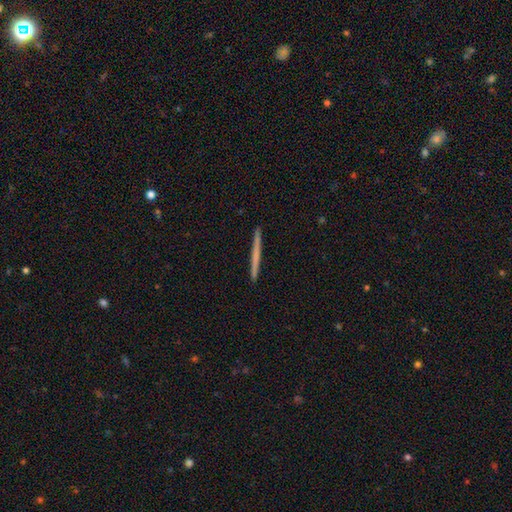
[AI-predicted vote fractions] Smooth or featured: smooth — 51% (featured or disk — 44%)
How rounded: cigar-shaped — 97% (in between — 2%)
Merging: none — 93% (minor disturbance — 4%)